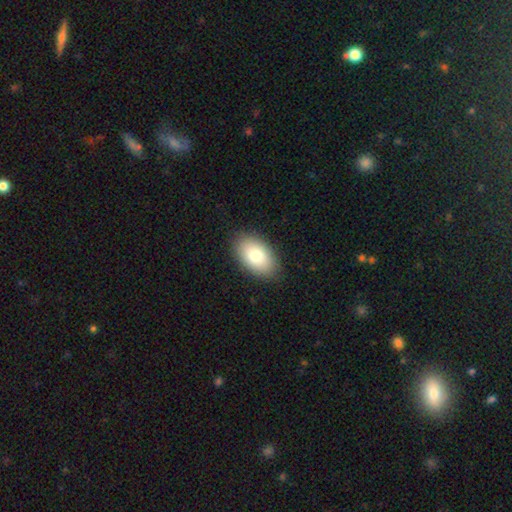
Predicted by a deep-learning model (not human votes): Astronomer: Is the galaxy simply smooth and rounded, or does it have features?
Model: smooth — 81%.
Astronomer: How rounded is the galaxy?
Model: in between — 92%.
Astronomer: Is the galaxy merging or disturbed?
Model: none — 87%.